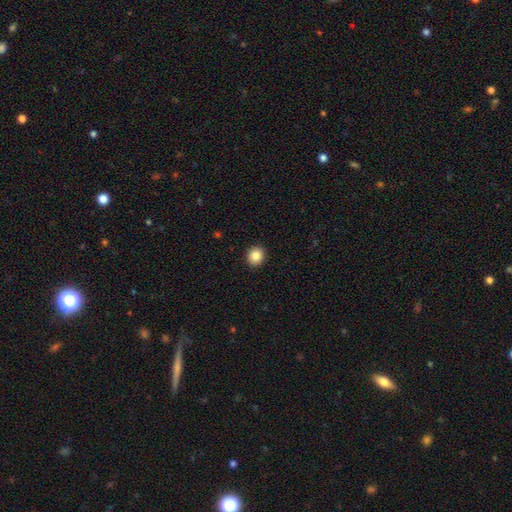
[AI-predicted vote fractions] Morphology: type=smooth (85%); roundness=round (87%); merging=none (93%).